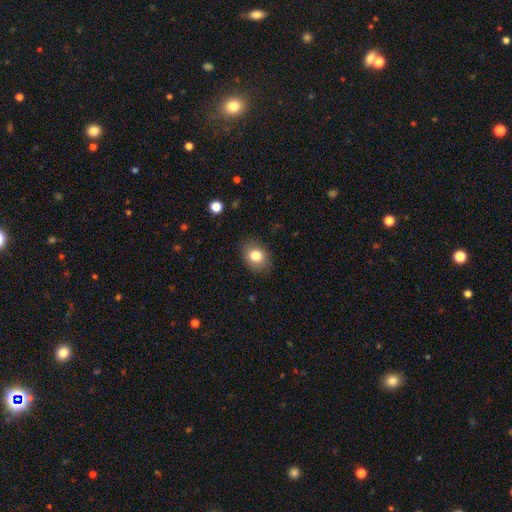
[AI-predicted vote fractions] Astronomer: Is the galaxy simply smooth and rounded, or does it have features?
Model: smooth — 82%.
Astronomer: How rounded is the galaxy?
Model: in between — 54% (runner-up: round, 45%).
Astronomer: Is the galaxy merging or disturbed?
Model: none — 85%.